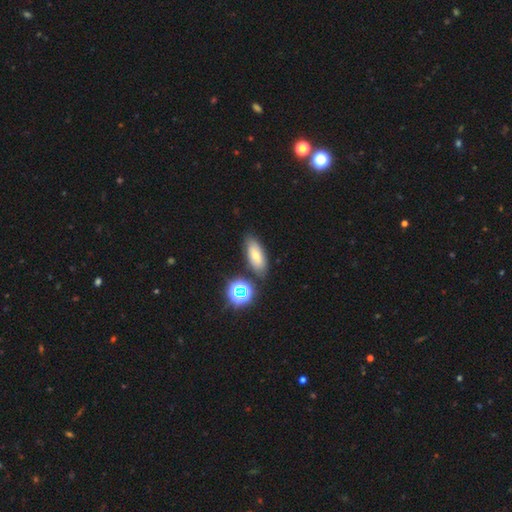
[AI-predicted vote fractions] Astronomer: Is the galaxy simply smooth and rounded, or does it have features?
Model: smooth — 61%.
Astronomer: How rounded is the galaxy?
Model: in between — 74%.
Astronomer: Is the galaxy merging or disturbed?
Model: none — 80%.